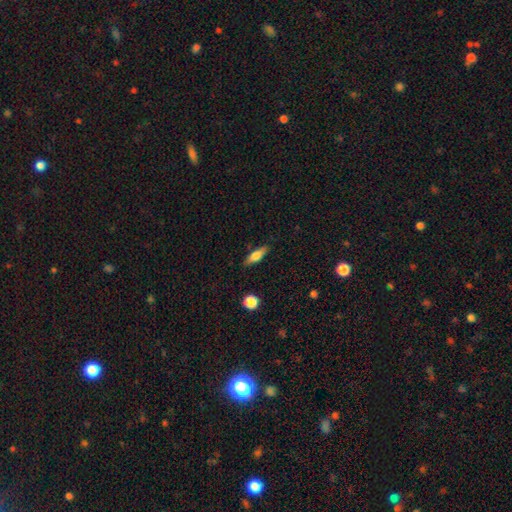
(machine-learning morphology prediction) type=smooth (66%); roundness=cigar-shaped (49%); merging=none (85%).